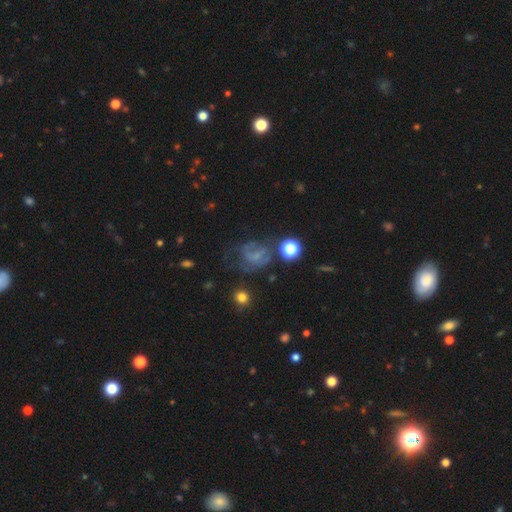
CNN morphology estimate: Smooth or featured? featured or disk (43%)
Merging? none (43%)